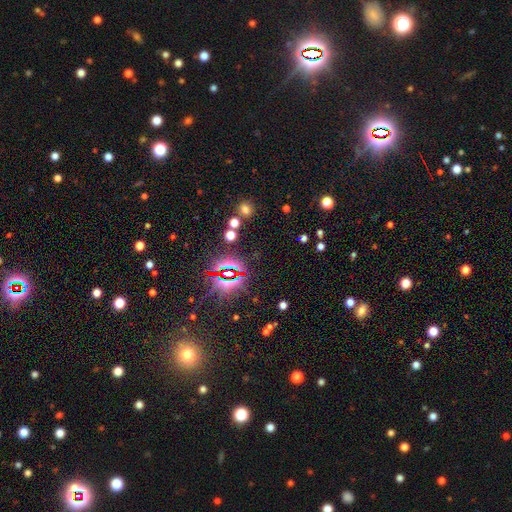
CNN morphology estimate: Q: Smooth or featured?
A: star or artifact (77%); runner-up: smooth (15%)